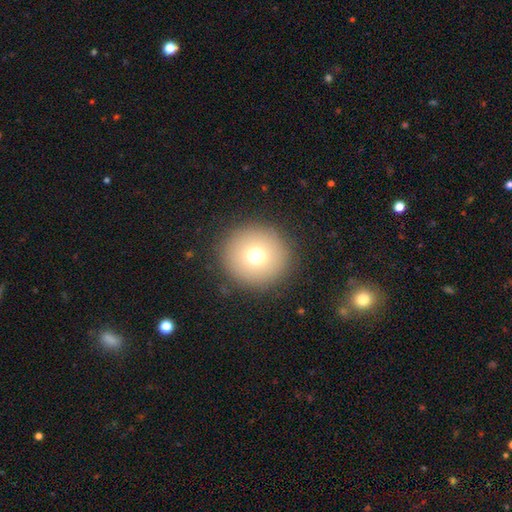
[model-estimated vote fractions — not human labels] smooth-or-featured: smooth: 69% | star or artifact: 17% | featured or disk: 13%
  how-rounded: round: 95% | in between: 4% | cigar-shaped: 1%
  merging: none: 90% | minor disturbance: 5% | major disturbance: 3% | merger: 1%